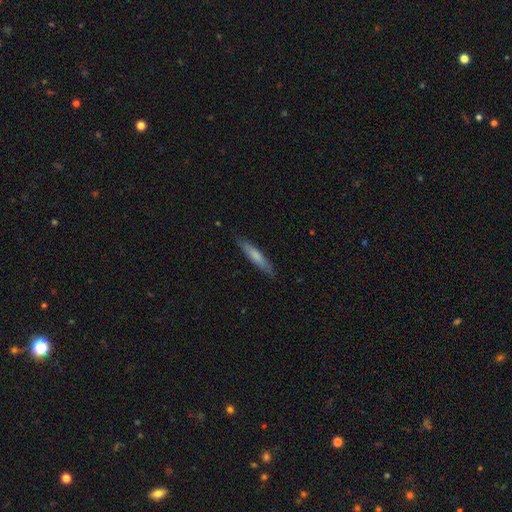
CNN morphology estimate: This appears to be a smooth galaxy with no disk features (68%) that is cigar-shaped (91%). Merging: none (86%).